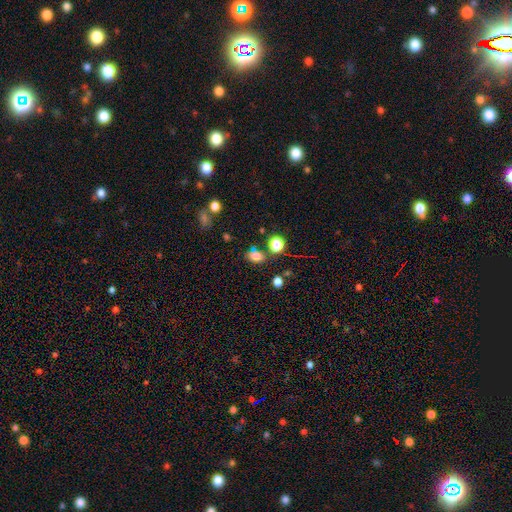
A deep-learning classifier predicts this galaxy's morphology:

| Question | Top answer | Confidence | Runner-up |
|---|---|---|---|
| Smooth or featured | smooth | 79% | star or artifact (15%) |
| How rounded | in between | 67% | round (31%) |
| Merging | none | 68% | minor disturbance (15%) |